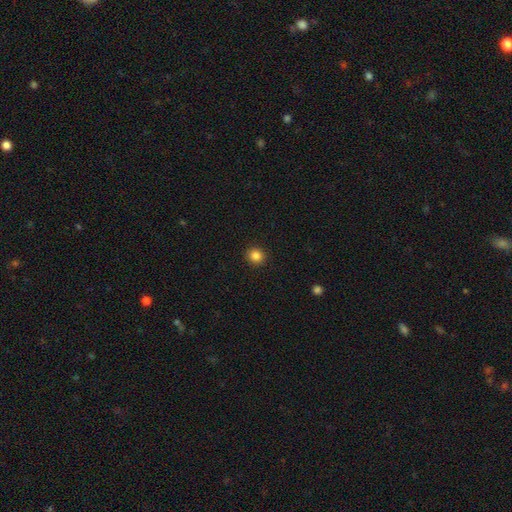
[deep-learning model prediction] A smooth galaxy with no disk features (85%) that is round (91%). Merging: none (92%).